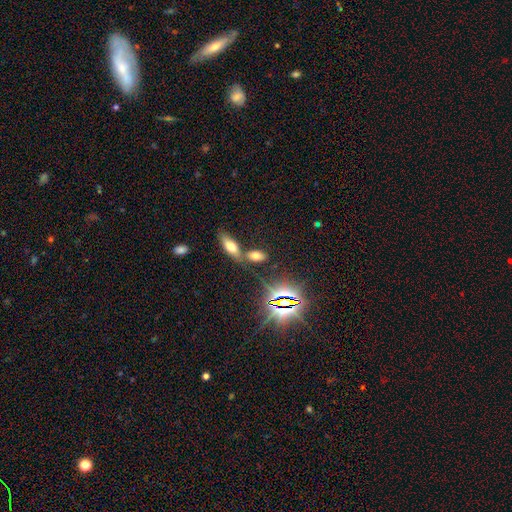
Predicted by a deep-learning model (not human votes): smooth-or-featured: smooth: 60% | star or artifact: 26% | featured or disk: 15%
  how-rounded: in between: 82% | cigar-shaped: 11% | round: 7%
  merging: none: 60% | merger: 26% | minor disturbance: 10% | major disturbance: 4%